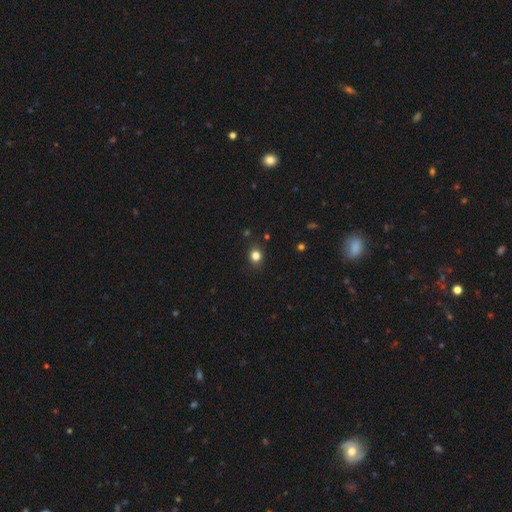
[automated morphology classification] type=smooth (81%); roundness=round (76%); merging=none (87%).